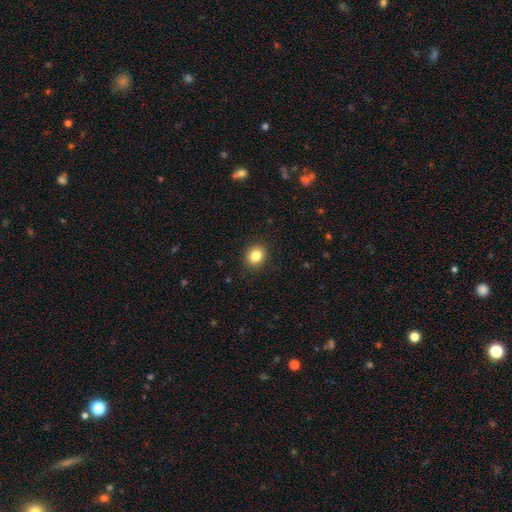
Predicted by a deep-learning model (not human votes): This is clearly a smooth galaxy (84%). How rounded: likely round (69%). Merging: clearly none (90%).